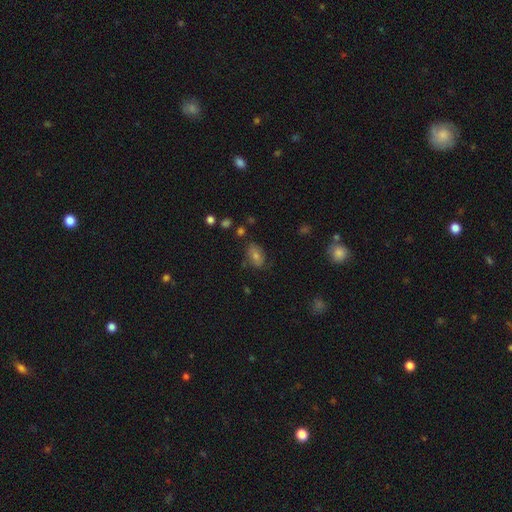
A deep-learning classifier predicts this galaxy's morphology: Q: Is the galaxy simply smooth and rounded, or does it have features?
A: smooth — 57%.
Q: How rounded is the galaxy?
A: in between — 79%.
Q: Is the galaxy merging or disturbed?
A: none — 72%.